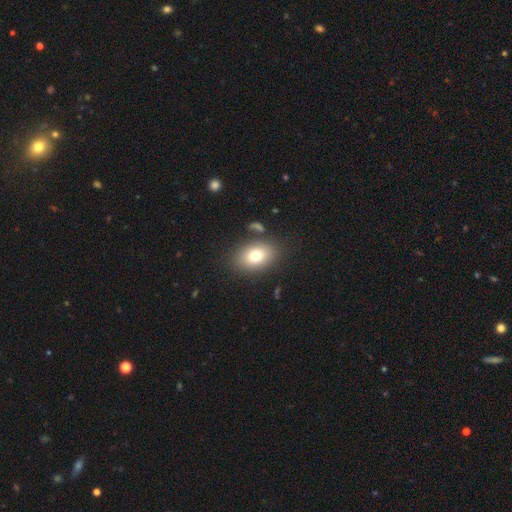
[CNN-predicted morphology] A smooth galaxy with no disk features (76%) that is in between round and cigar-shaped (80%).

Vote fractions:
- Smooth or featured? smooth: 76% / featured or disk: 14% / star or artifact: 10%
- How rounded? in between: 80% / round: 19% / cigar-shaped: 1%
- Merging? none: 80% / minor disturbance: 11% / merger: 4% / major disturbance: 4%